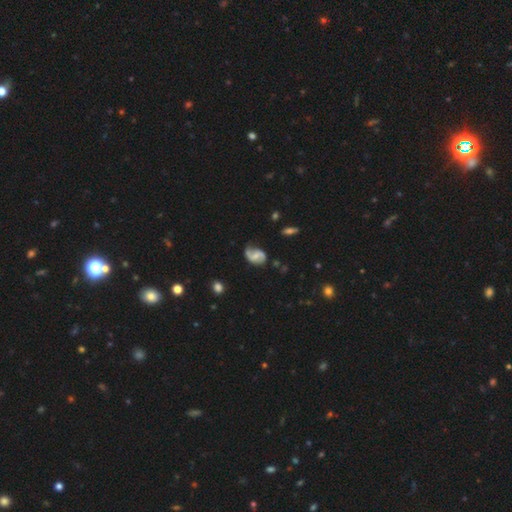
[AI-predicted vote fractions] smooth_or_featured: featured or disk (p=0.76) [alt: smooth p=0.17]
disk_edge_on: no (p=0.98) [alt: yes p=0.02]
bar: weak (p=0.45) [alt: no p=0.40]
has_spiral_arms: yes (p=0.94) [alt: no p=0.06]
spiral_winding: loose (p=0.49) [alt: medium p=0.39]
spiral_arm_count: 2 (p=0.87) [alt: 1 p=0.06]
bulge_size: small (p=0.44) [alt: moderate p=0.29]
merging: none (p=0.66) [alt: minor disturbance p=0.22]